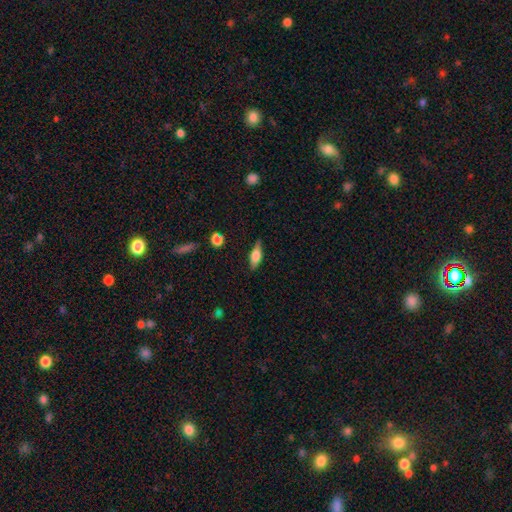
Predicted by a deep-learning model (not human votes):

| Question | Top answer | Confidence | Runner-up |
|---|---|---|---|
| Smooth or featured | smooth | 57% | featured or disk (36%) |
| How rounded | in between | 62% | cigar-shaped (34%) |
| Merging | none | 82% | minor disturbance (13%) |